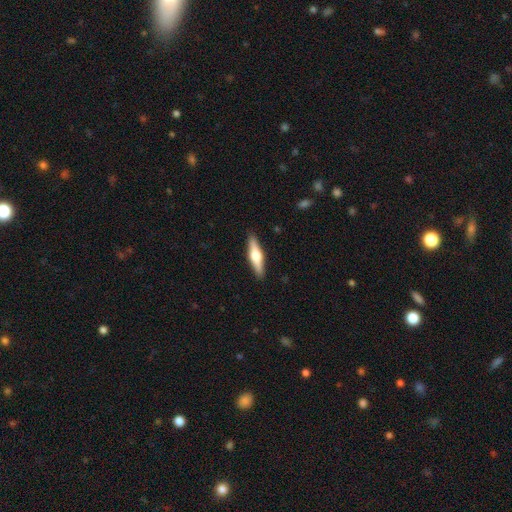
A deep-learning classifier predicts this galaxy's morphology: featured or disk 53%, smooth 42%, star or artifact 5%. Down the decision tree: edge-on disk — yes (95%); edge-on bulge — rounded (93%); merging — none (90%).